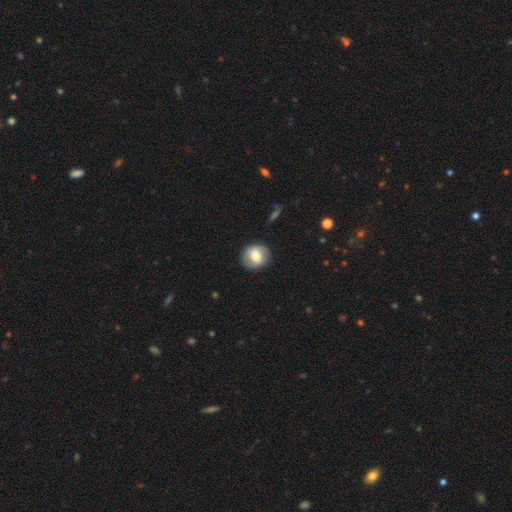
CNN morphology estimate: Smooth or featured: smooth — 53% (featured or disk — 40%)
How rounded: round — 75% (in between — 23%)
Merging: none — 83% (minor disturbance — 12%)